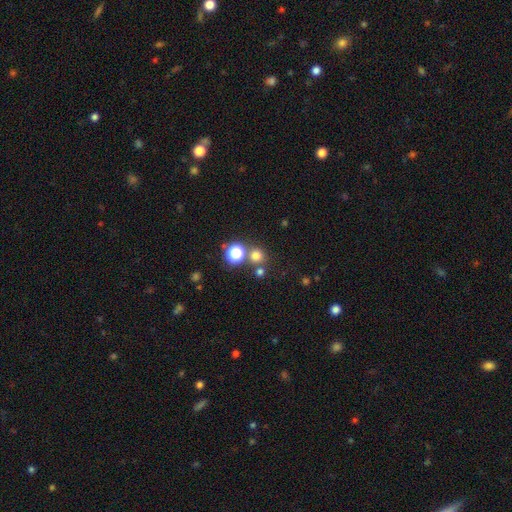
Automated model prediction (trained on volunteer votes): A smooth galaxy with no disk features (71%) that is round (89%). Merging: none (72%).